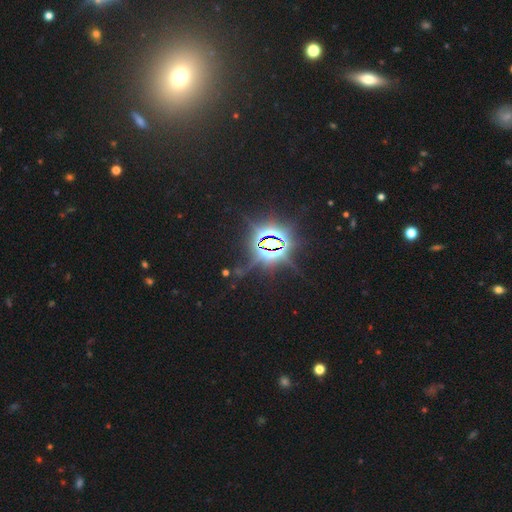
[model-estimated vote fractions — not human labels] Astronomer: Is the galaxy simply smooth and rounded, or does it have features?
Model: star or artifact — 77%.